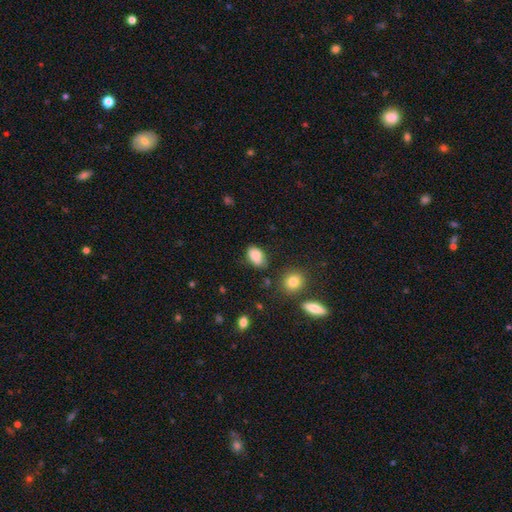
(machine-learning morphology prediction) smooth_or_featured: smooth (p=0.86) [alt: star or artifact p=0.09]
how_rounded: in between (p=0.89) [alt: round p=0.09]
merging: none (p=0.72) [alt: minor disturbance p=0.21]